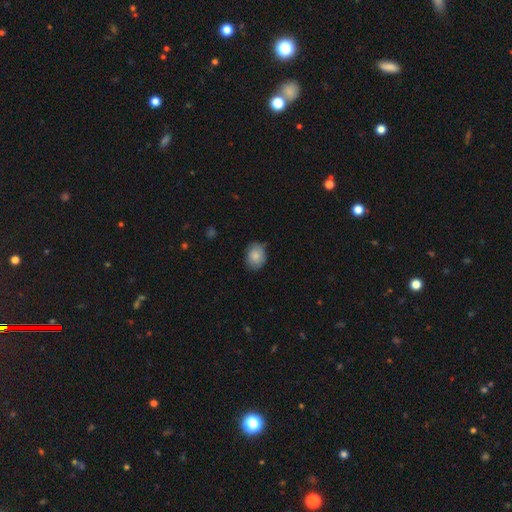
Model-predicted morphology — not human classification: smooth-or-featured: smooth: 84% | featured or disk: 9% | star or artifact: 7%
  how-rounded: in between: 53% | round: 46% | cigar-shaped: 1%
  merging: none: 75% | minor disturbance: 21% | major disturbance: 3% | merger: 1%